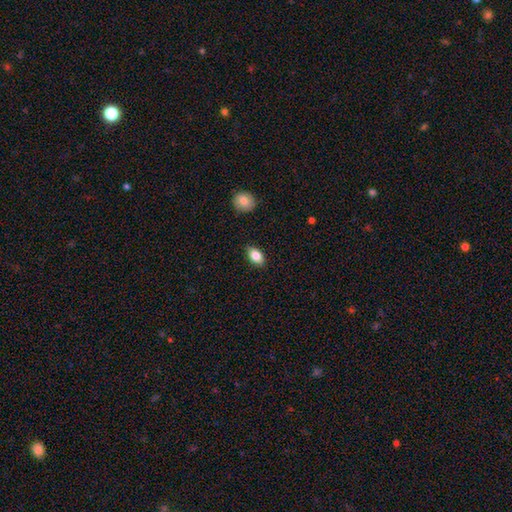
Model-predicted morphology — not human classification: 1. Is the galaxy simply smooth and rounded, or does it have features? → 84% smooth, 8% featured or disk, 8% star or artifact.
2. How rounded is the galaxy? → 89% in between, 9% round, 2% cigar-shaped.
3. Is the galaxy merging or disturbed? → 87% none, 10% minor disturbance, 2% major disturbance, 1% merger.